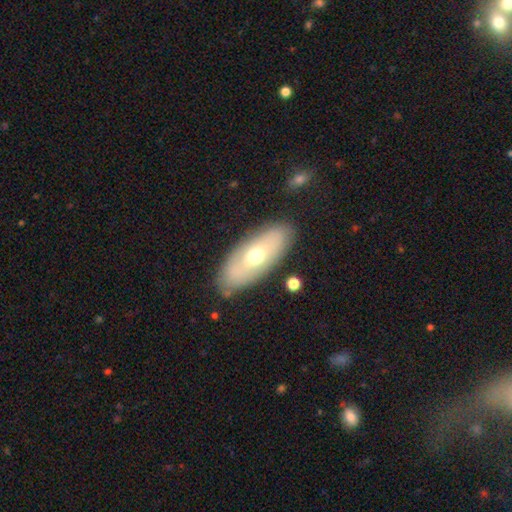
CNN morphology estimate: Smooth or featured: smooth — 53% (featured or disk — 41%)
How rounded: in between — 83% (cigar-shaped — 14%)
Merging: none — 82% (minor disturbance — 12%)